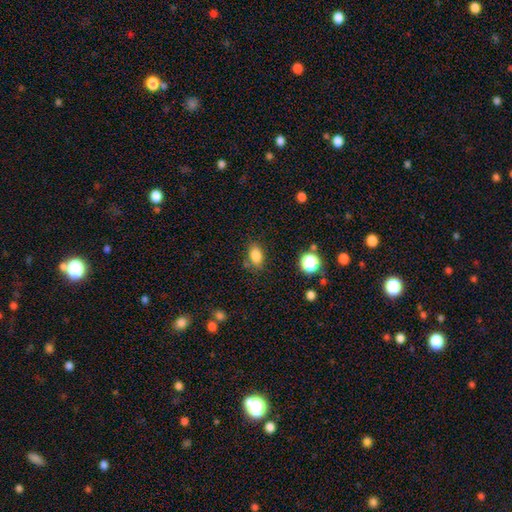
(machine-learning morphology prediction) This is clearly a smooth galaxy (83%). How rounded: clearly in between (83%). Merging: likely none (78%).